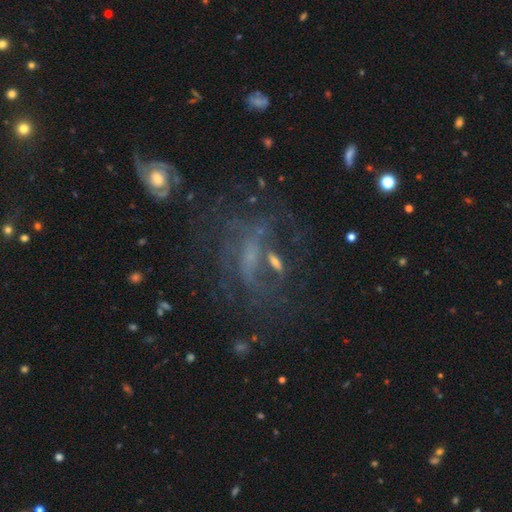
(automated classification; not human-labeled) smooth_or_featured: featured or disk (p=0.55) [alt: star or artifact p=0.26]
disk_edge_on: no (p=0.86) [alt: yes p=0.14]
merging: none (p=0.47) [alt: major disturbance p=0.27]